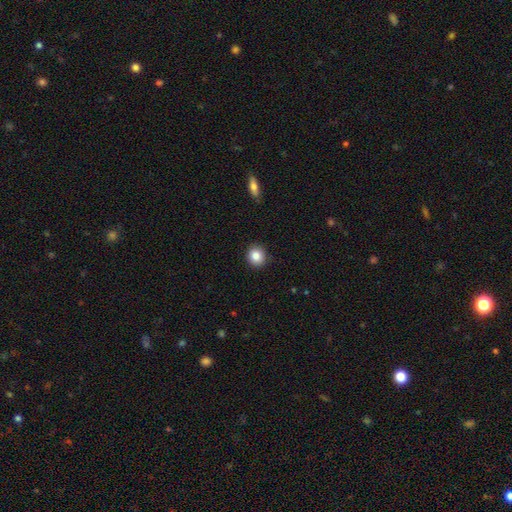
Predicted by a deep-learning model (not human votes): This is clearly a smooth galaxy (85%). How rounded: clearly round (86%). Merging: clearly none (91%).